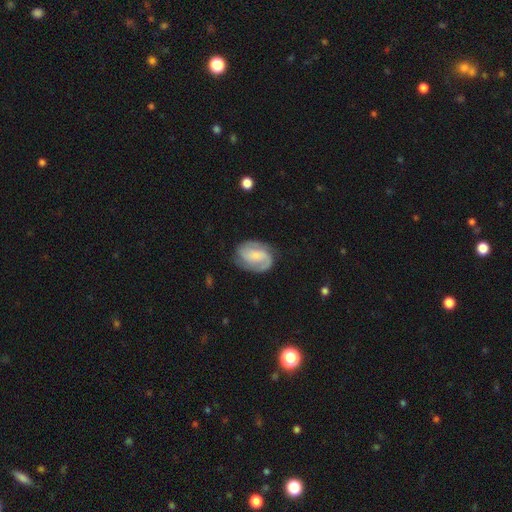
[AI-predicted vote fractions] The model was most divided on "bar" (2-way tie): weak: 42%, no: 42%, strong: 16%. Remaining: edge-on disk — no (98%); spiral arms — yes (95%); spiral arm count — 2 (84%); smooth or featured — featured or disk (76%); merging — none (75%); bulge size — small (47%); spiral winding — medium (46%).